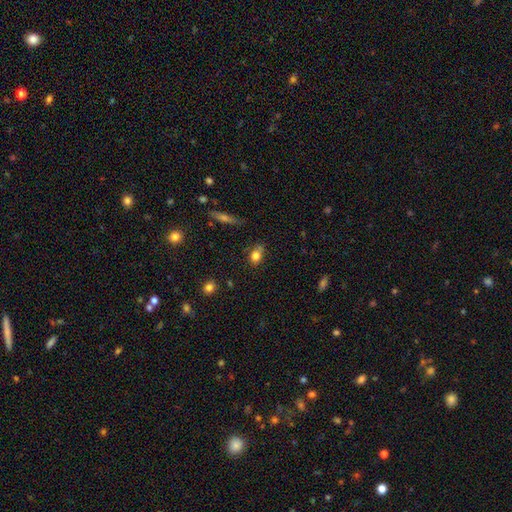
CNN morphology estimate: smooth-or-featured: smooth: 78% | star or artifact: 11% | featured or disk: 11%
  how-rounded: in between: 53% | round: 44% | cigar-shaped: 4%
  merging: none: 59% | minor disturbance: 26% | merger: 9% | major disturbance: 7%